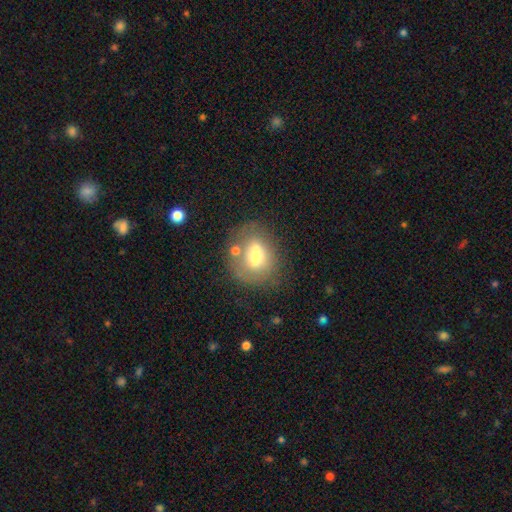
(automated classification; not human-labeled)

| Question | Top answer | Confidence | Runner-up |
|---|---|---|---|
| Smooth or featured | smooth | 55% | featured or disk (34%) |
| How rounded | round | 53% | in between (45%) |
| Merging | none | 48% | merger (26%) |